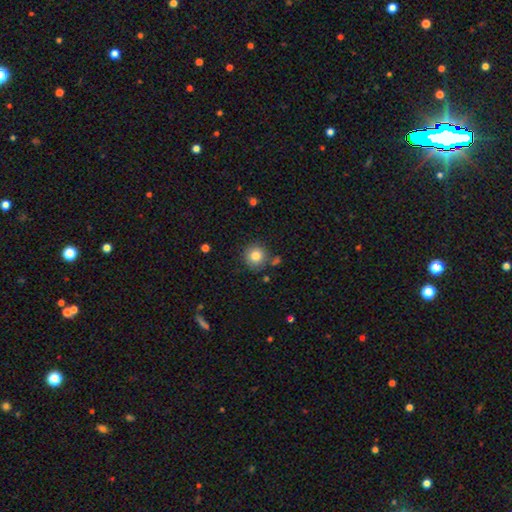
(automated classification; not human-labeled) This is clearly a smooth galaxy (82%). How rounded: clearly round (93%). Merging: clearly none (82%).